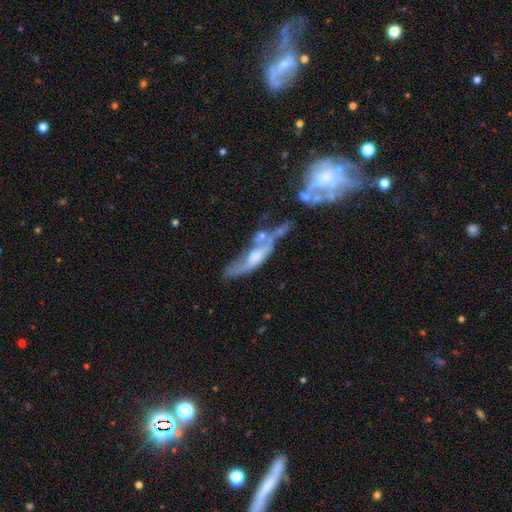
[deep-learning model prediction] This appears to be a featured or disk galaxy (66%). Merging: merger (34%).